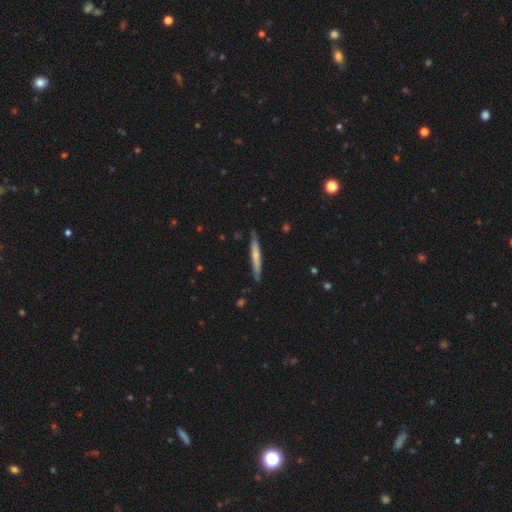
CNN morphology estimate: Smooth or featured? Predicted: smooth (p=0.52). How rounded? Predicted: cigar-shaped (p=0.96). Merging? Predicted: none (p=0.85).